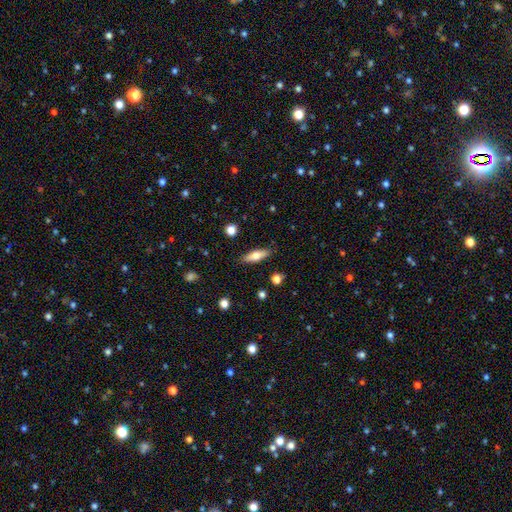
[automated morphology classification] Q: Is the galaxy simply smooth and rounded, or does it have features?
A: smooth — 64%.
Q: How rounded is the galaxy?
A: cigar-shaped — 53%.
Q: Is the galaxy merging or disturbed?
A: none — 86%.